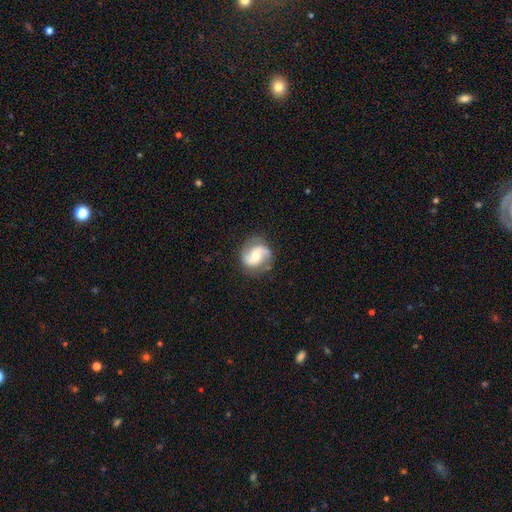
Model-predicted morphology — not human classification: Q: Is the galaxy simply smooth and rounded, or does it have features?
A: featured or disk — 80%.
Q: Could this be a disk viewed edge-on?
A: no — 98%.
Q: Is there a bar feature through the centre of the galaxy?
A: no — 49%.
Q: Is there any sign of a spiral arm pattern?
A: yes — 96%.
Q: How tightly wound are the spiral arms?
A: medium — 47%.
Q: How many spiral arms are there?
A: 2 — 90%.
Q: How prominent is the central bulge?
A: moderate — 60%.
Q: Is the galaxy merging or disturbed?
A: none — 79%.